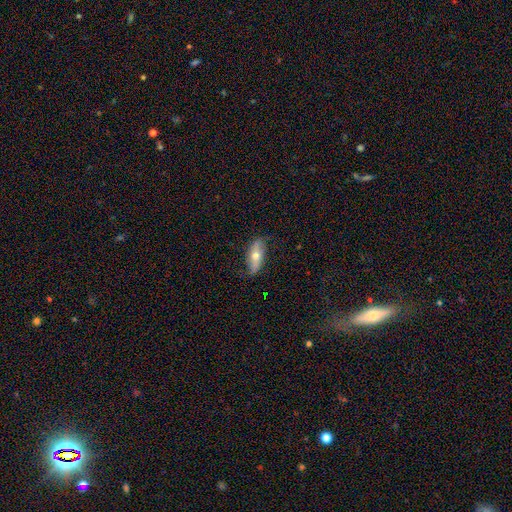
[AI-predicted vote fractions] This appears to be a smooth galaxy with no disk features (50%). Merging: none (76%).